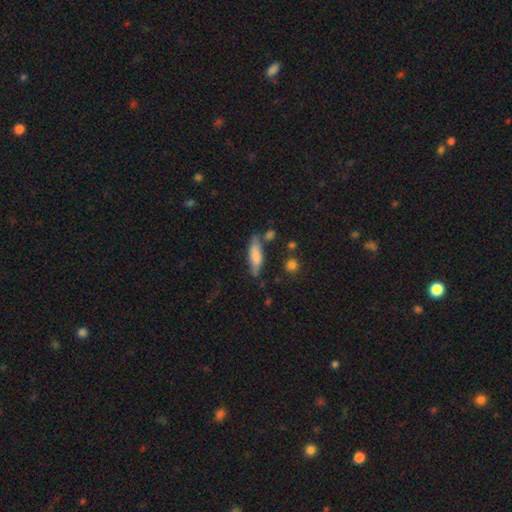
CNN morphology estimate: Smooth or featured?
  - smooth: 71% *
  - featured or disk: 22%
  - star or artifact: 7%
How rounded?
  - cigar-shaped: 56% *
  - in between: 42%
  - round: 2%
Merging?
  - none: 66% *
  - minor disturbance: 21%
  - merger: 7%
  - major disturbance: 6%